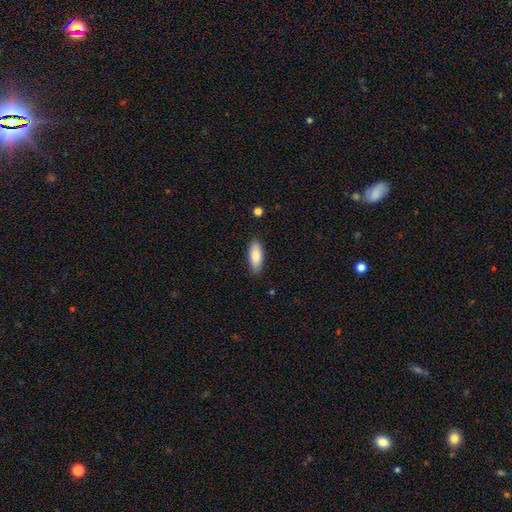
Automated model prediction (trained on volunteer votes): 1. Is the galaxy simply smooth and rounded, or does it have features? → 83% smooth, 10% featured or disk, 6% star or artifact.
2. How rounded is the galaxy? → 77% in between, 21% cigar-shaped, 2% round.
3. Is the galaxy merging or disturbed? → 86% none, 11% minor disturbance, 2% major disturbance, 1% merger.